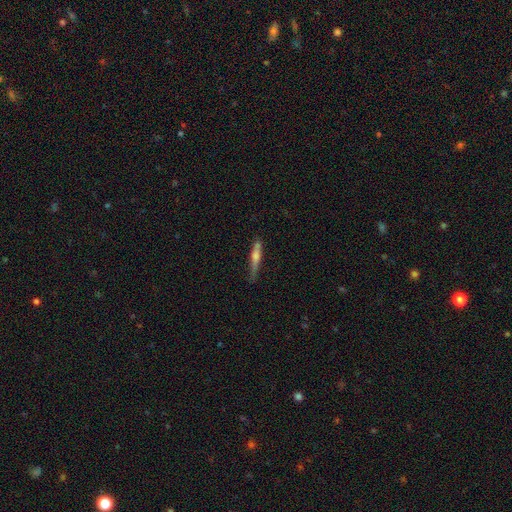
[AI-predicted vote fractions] Smooth or featured? Predicted: featured or disk (p=0.52). Edge-on disk? Predicted: yes (p=0.94). Merging? Predicted: none (p=0.67).